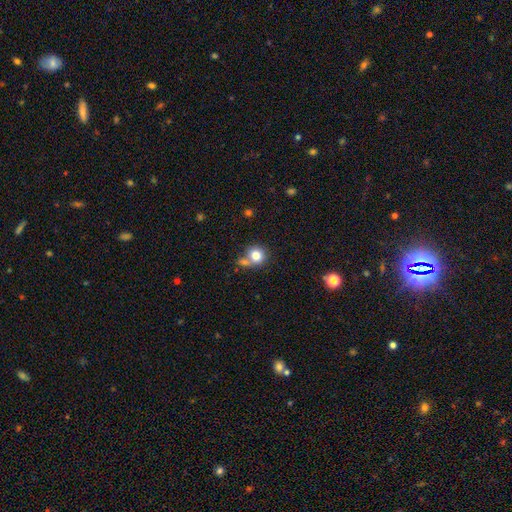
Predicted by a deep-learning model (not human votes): smooth-or-featured: smooth: 80% | star or artifact: 10% | featured or disk: 10%
  how-rounded: round: 86% | in between: 13% | cigar-shaped: 1%
  merging: none: 51% | merger: 29% | minor disturbance: 14% | major disturbance: 6%